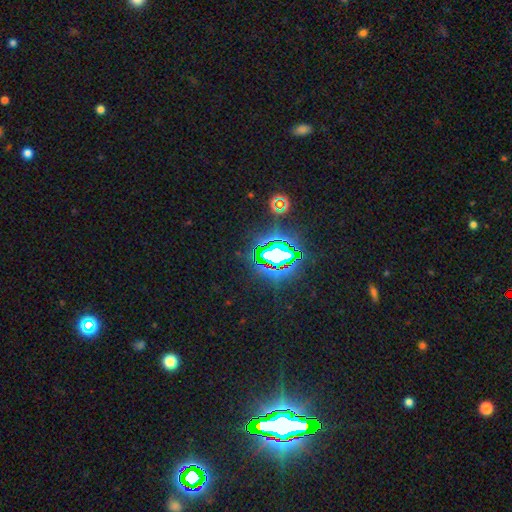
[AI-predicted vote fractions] A star or artifact, not a galaxy (78%).